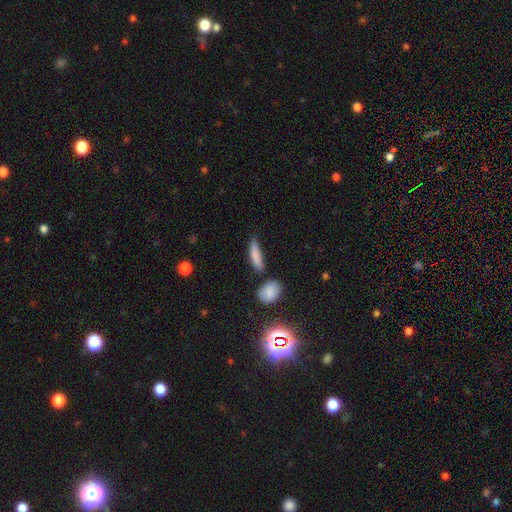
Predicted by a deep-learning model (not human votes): Smooth or featured? Predicted: smooth (p=0.81). How rounded? Predicted: cigar-shaped (p=0.72). Merging? Predicted: none (p=0.67).